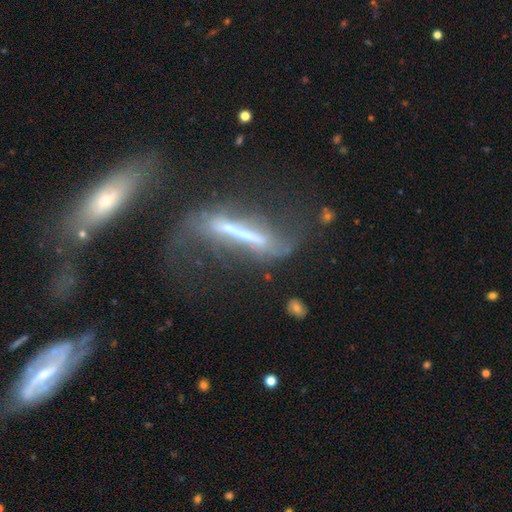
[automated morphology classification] Smooth or featured? Predicted: featured or disk (p=0.66). Edge-on disk? Predicted: yes (p=0.53). Merging? Predicted: major disturbance (p=0.36).